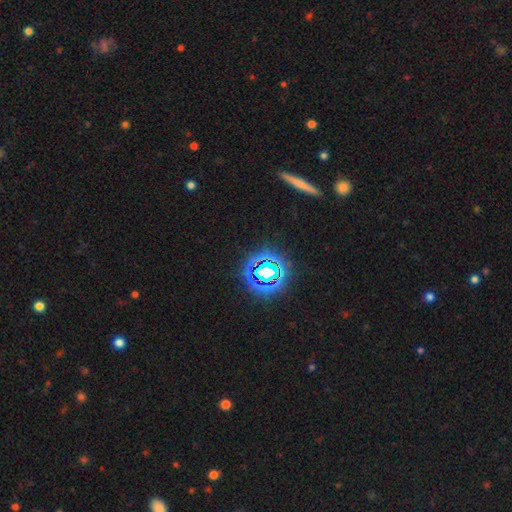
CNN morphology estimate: Smooth or featured? Predicted: star or artifact (p=0.75).